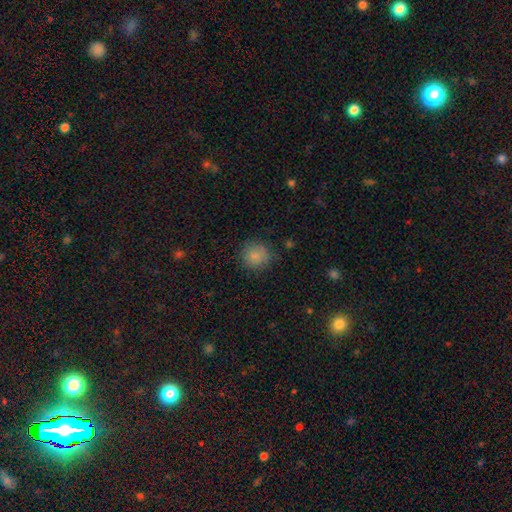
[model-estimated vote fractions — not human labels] smooth-or-featured: smooth: 84% | star or artifact: 10% | featured or disk: 5%
  how-rounded: round: 90% | in between: 9% | cigar-shaped: 1%
  merging: none: 84% | minor disturbance: 12% | major disturbance: 4% | merger: 1%